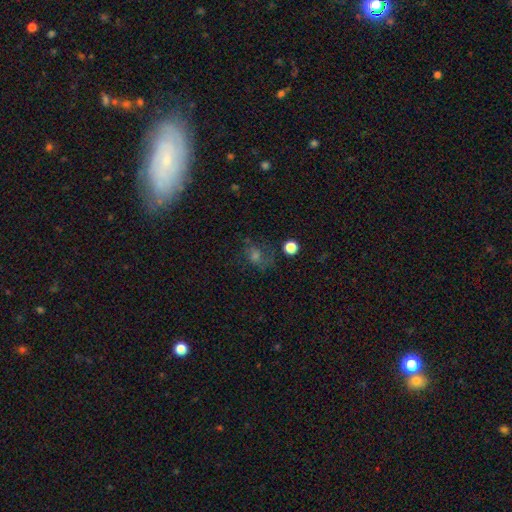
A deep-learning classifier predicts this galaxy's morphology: The model was most divided on "smooth or featured": smooth: 39%, star or artifact: 33%, featured or disk: 29%. More confident: merging — none (58%).